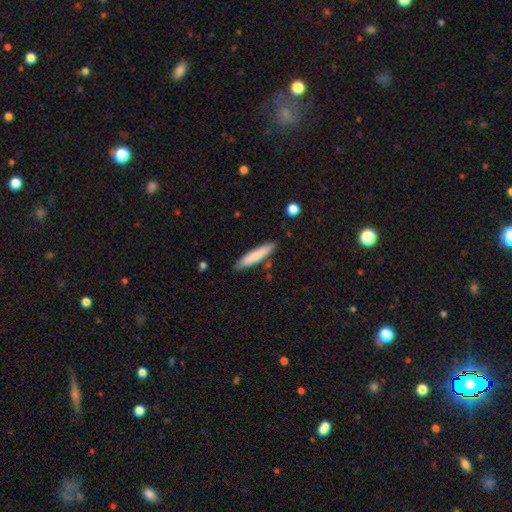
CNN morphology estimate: A smooth galaxy with no disk features (79%) that is cigar-shaped (88%).

Vote fractions:
- Smooth or featured? smooth: 79% / featured or disk: 16% / star or artifact: 6%
- How rounded? cigar-shaped: 88% / in between: 11% / round: 1%
- Merging? none: 85% / minor disturbance: 10% / merger: 3% / major disturbance: 2%